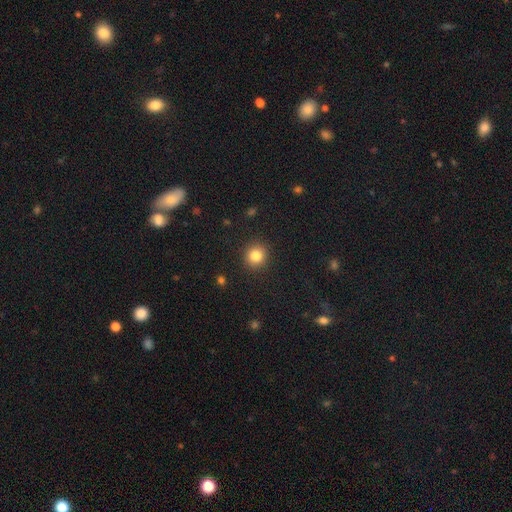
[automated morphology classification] Smooth or featured: smooth — 83% (star or artifact — 11%)
How rounded: round — 90% (in between — 9%)
Merging: none — 92% (minor disturbance — 5%)